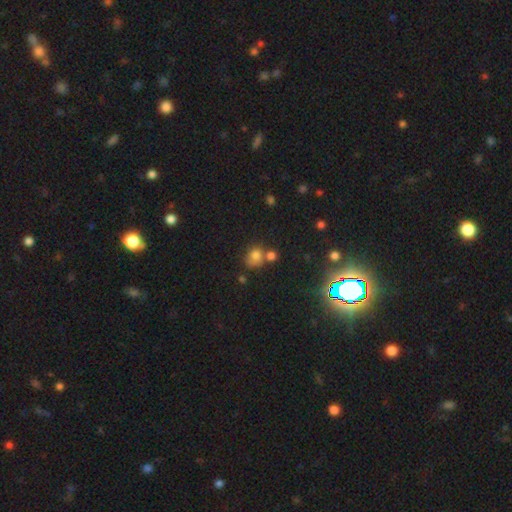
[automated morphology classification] A smooth galaxy with no disk features (74%) that is round (67%). Merging: none (50%).